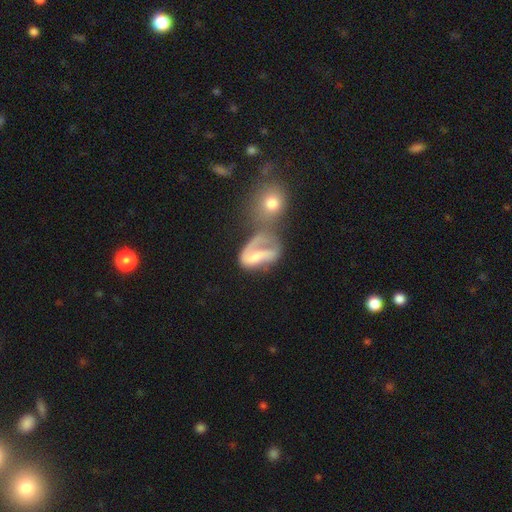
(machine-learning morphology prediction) Smooth or featured?
  - featured or disk: 57% *
  - smooth: 34%
  - star or artifact: 9%
Edge-on disk?
  - no: 95% *
  - yes: 5%
Bar?
  - no: 43% *
  - weak: 33%
  - strong: 23%
Spiral arms?
  - yes: 72% *
  - no: 28%
Bulge size?
  - small: 34% *
  - moderate: 29%
  - none: 27%
  - large: 7%
  - dominant: 3%
Merging?
  - merger: 47% *
  - major disturbance: 25%
  - none: 17%
  - minor disturbance: 11%